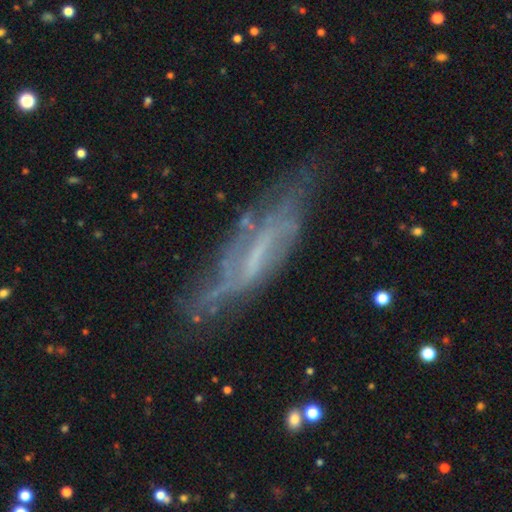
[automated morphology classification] Overall: featured or disk (70%). Edge-on disk: no (59%; yes 41%). Merging: none (58%; minor disturbance 25%).